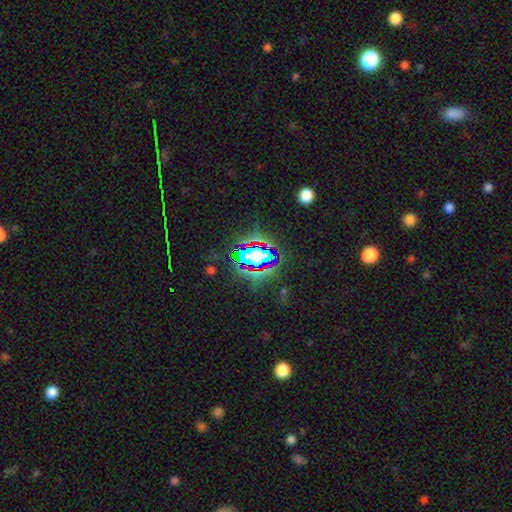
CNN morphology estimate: This appears to be a star or artifact, not a galaxy (72%).